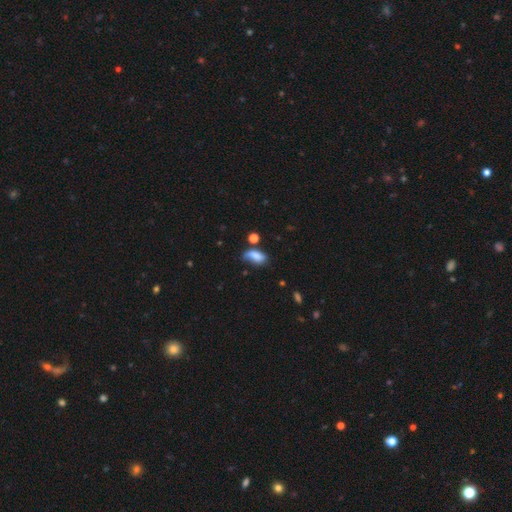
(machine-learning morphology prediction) smooth-or-featured: smooth: 75% | featured or disk: 15% | star or artifact: 10%
  how-rounded: in between: 87% | cigar-shaped: 7% | round: 6%
  merging: none: 42% | minor disturbance: 32% | major disturbance: 16% | merger: 10%